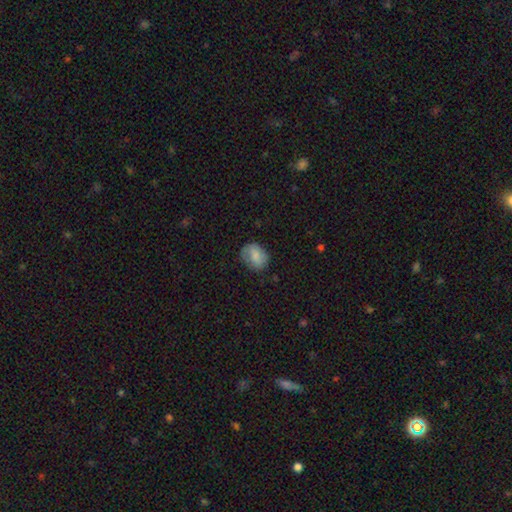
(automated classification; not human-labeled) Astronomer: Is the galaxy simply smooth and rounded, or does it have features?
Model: smooth — 77%.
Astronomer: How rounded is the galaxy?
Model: in between — 57% (runner-up: round, 42%).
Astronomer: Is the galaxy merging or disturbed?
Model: none — 66%.